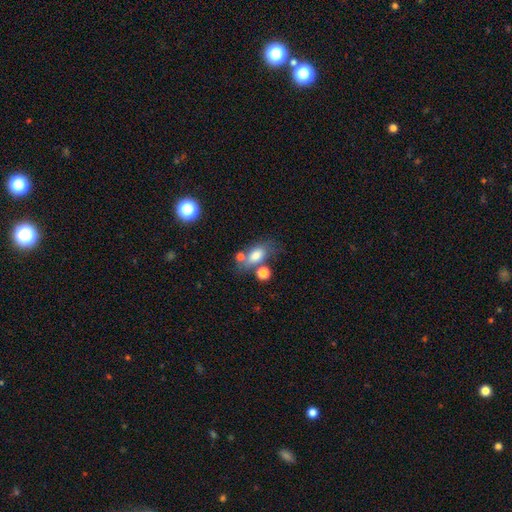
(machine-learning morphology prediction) Q: Smooth or featured?
A: smooth (75%); runner-up: featured or disk (15%)
Q: How rounded?
A: in between (82%); runner-up: round (12%)
Q: Merging?
A: none (50%); runner-up: merger (22%)